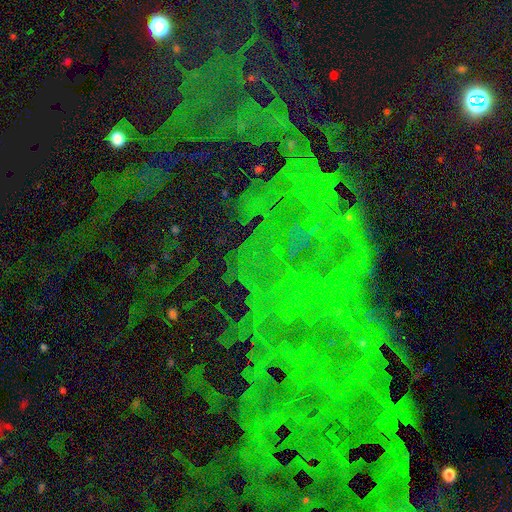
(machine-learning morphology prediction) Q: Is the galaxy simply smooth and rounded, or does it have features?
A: star or artifact — 76%.